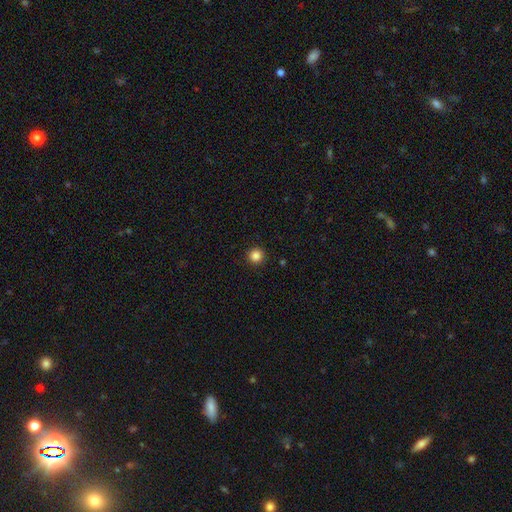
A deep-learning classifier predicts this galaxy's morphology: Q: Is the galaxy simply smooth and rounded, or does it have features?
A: smooth — 85%.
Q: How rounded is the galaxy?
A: round — 96%.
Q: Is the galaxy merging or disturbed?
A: none — 93%.